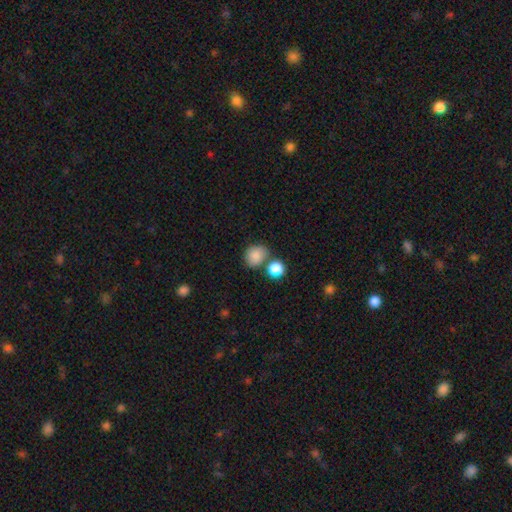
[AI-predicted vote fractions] Smooth or featured?
  - smooth: 85% *
  - star or artifact: 10%
  - featured or disk: 6%
How rounded?
  - round: 72% *
  - in between: 27%
  - cigar-shaped: 1%
Merging?
  - none: 63% *
  - merger: 20%
  - minor disturbance: 13%
  - major disturbance: 4%